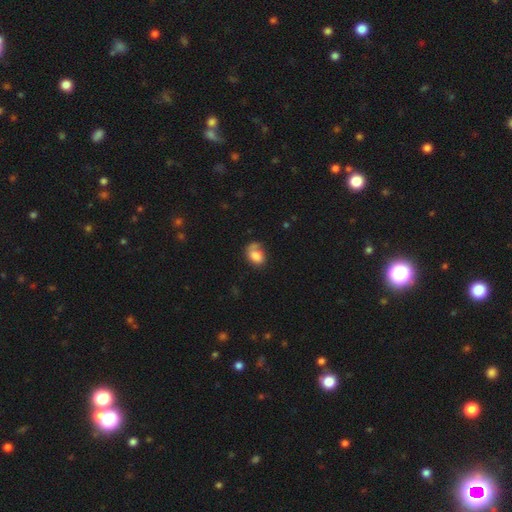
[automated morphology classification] A smooth galaxy with no disk features (78%) that is in between round and cigar-shaped (67%). Merging: none (46%).